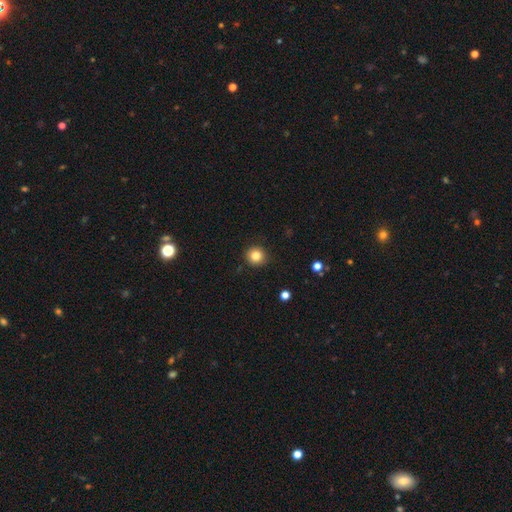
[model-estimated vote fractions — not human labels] Q: Smooth or featured?
A: smooth (84%); runner-up: star or artifact (11%)
Q: How rounded?
A: round (93%); runner-up: in between (6%)
Q: Merging?
A: none (91%); runner-up: minor disturbance (6%)